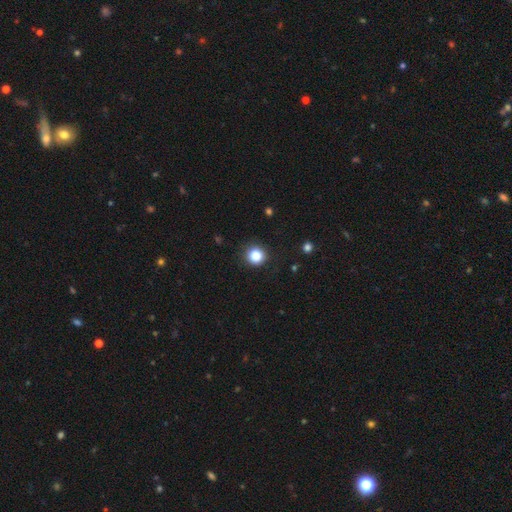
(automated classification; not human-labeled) Q: Smooth or featured?
A: smooth (86%); runner-up: star or artifact (11%)
Q: How rounded?
A: round (93%); runner-up: in between (6%)
Q: Merging?
A: none (88%); runner-up: minor disturbance (8%)